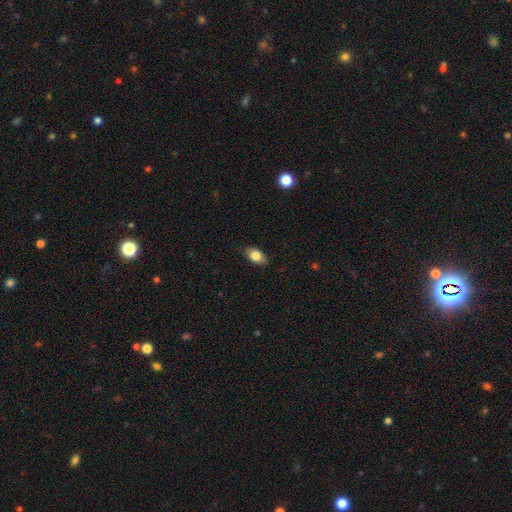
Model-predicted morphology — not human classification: A smooth galaxy with no disk features (81%) that is in between round and cigar-shaped (87%). Merging: none (84%).